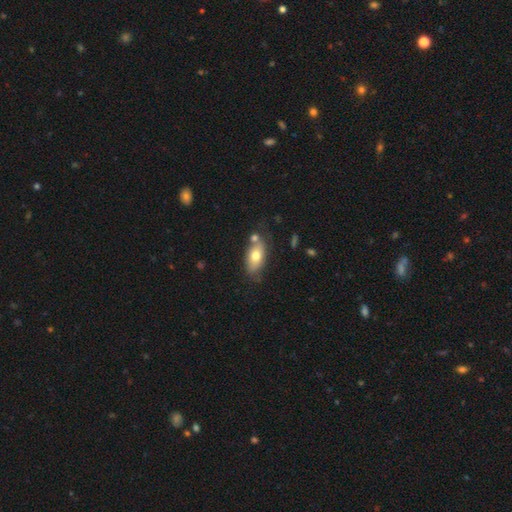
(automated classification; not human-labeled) smooth-or-featured: smooth: 70% | featured or disk: 23% | star or artifact: 7%
  how-rounded: in between: 87% | cigar-shaped: 7% | round: 6%
  merging: none: 61% | minor disturbance: 19% | merger: 15% | major disturbance: 5%